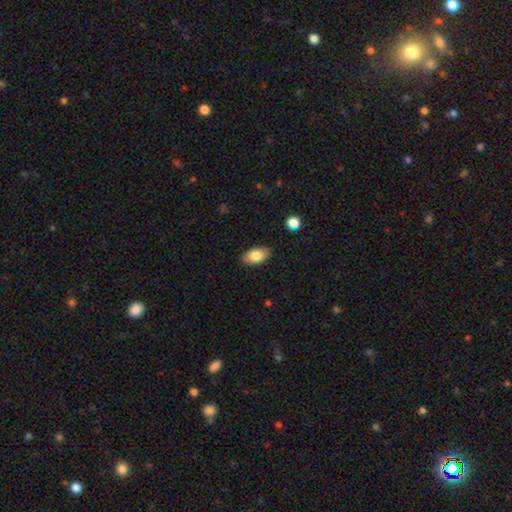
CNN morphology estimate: The model was most divided on "smooth or featured": smooth: 81%, featured or disk: 12%, star or artifact: 7%. More confident: how rounded — in between (92%); merging — none (85%).